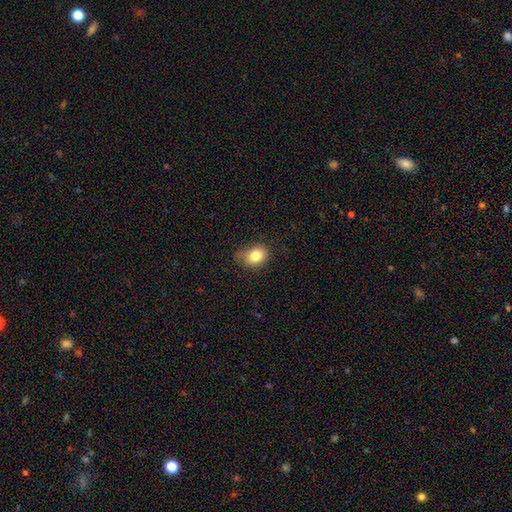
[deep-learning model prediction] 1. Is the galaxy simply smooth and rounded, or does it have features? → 81% smooth, 11% star or artifact, 9% featured or disk.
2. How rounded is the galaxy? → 56% in between, 43% round, 1% cigar-shaped.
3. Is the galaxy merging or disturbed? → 59% none, 31% minor disturbance, 8% major disturbance, 2% merger.